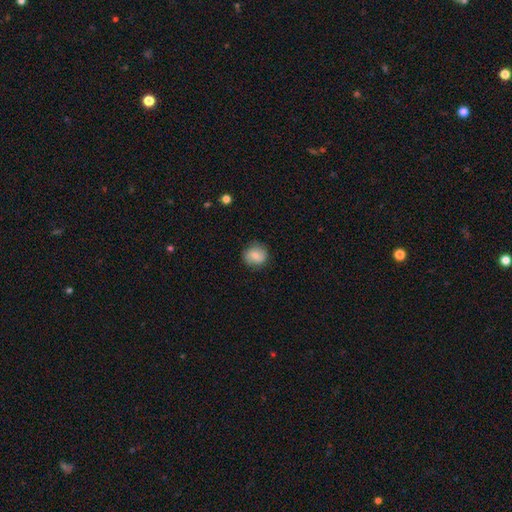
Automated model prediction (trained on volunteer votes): This appears to be a smooth galaxy with no disk features (70%) that is round (84%). Merging: none (82%).